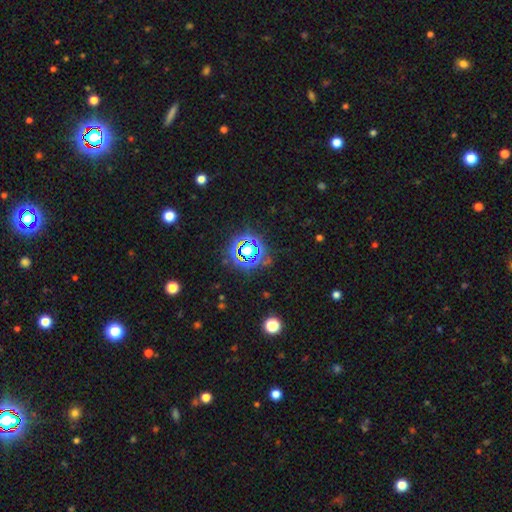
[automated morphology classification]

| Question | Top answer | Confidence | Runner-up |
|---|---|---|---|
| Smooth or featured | star or artifact | 73% | smooth (17%) |